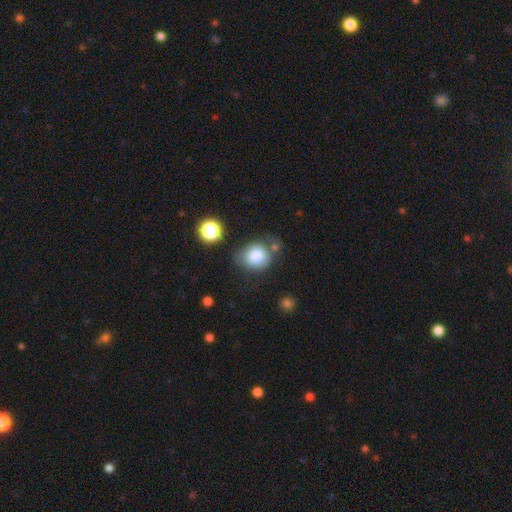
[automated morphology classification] This is clearly a smooth galaxy (81%). How rounded: likely round (66%). Merging: likely none (62%).